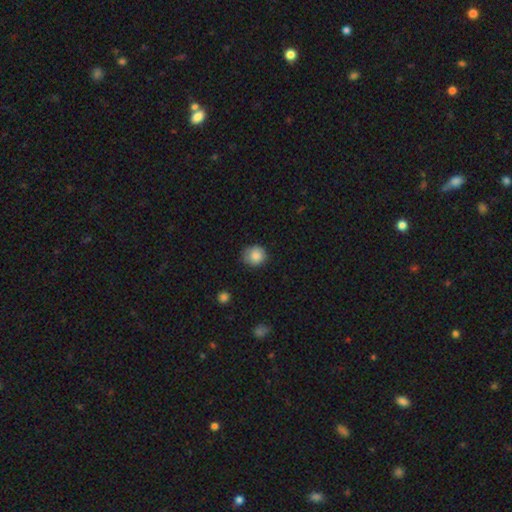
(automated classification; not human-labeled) smooth-or-featured: smooth: 84% | star or artifact: 9% | featured or disk: 7%
  how-rounded: round: 86% | in between: 13% | cigar-shaped: 1%
  merging: none: 75% | minor disturbance: 20% | major disturbance: 3% | merger: 1%